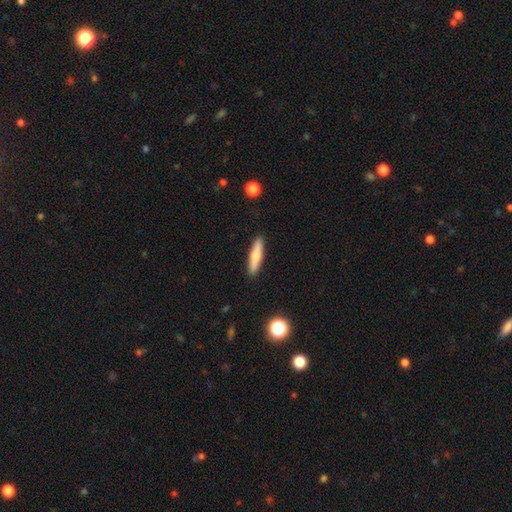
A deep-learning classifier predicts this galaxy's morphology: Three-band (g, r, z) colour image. It shows a smooth galaxy with no disk features (64%) that is cigar-shaped (82%). Merging: none (90%).